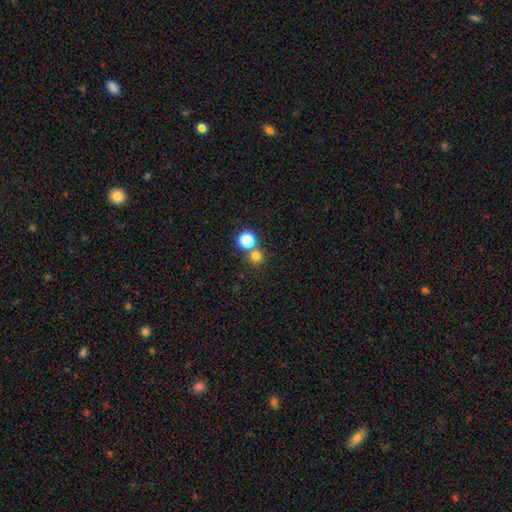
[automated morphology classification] Overall: smooth (75%). How rounded: round (93%). Merging: none (64%; merger 28%).